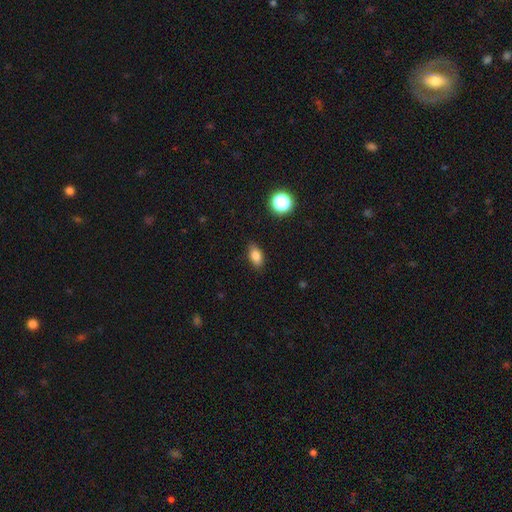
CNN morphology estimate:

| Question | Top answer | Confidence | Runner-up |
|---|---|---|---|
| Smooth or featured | smooth | 82% | star or artifact (10%) |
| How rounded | in between | 85% | round (10%) |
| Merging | none | 86% | minor disturbance (10%) |